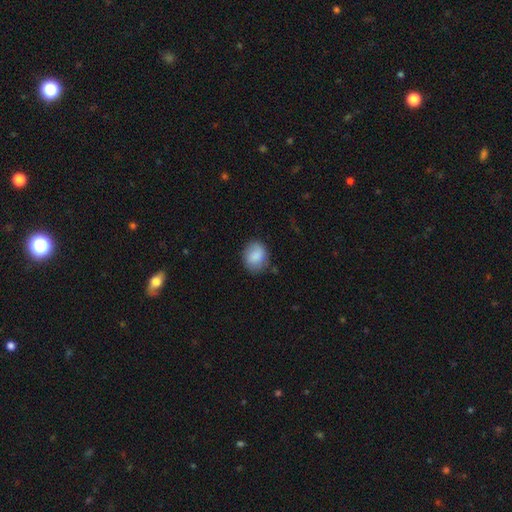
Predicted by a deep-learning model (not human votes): smooth_or_featured: smooth (p=0.82) [alt: featured or disk p=0.11]
how_rounded: round (p=0.65) [alt: in between p=0.34]
merging: none (p=0.76) [alt: minor disturbance p=0.18]